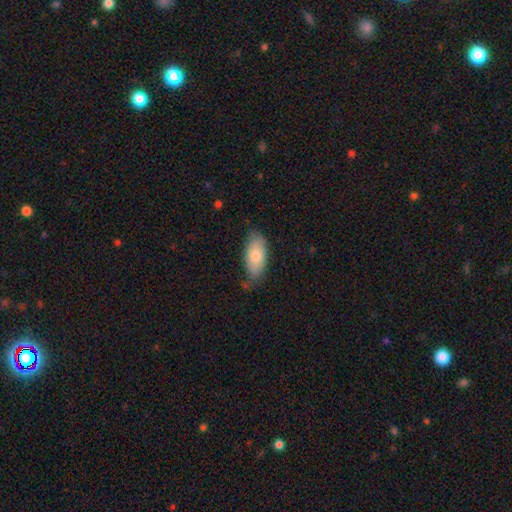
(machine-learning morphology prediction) Smooth or featured? smooth (79%)
How rounded? in between (91%)
Merging? none (67%)